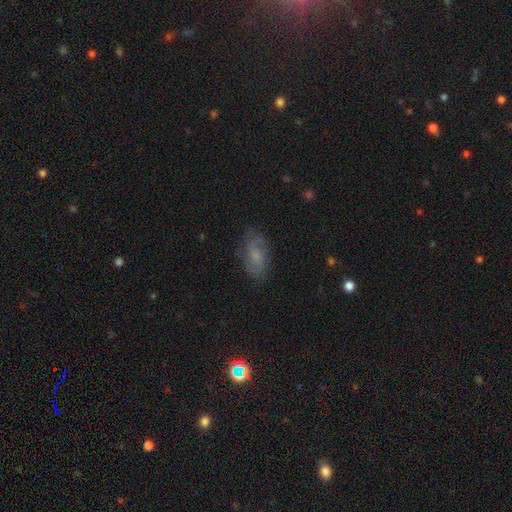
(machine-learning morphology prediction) Smooth or featured: smooth — 51% (featured or disk — 39%)
How rounded: in between — 88% (cigar-shaped — 7%)
Merging: none — 78% (minor disturbance — 16%)